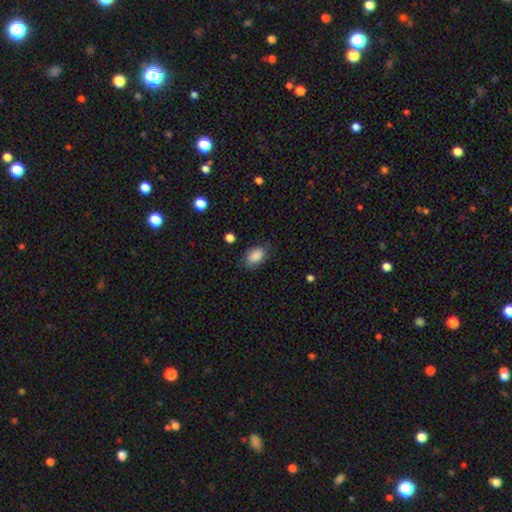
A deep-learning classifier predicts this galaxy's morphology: Smooth or featured?
  - smooth: 87% *
  - star or artifact: 7%
  - featured or disk: 6%
How rounded?
  - in between: 88% *
  - round: 10%
  - cigar-shaped: 2%
Merging?
  - none: 75% *
  - minor disturbance: 18%
  - major disturbance: 5%
  - merger: 1%